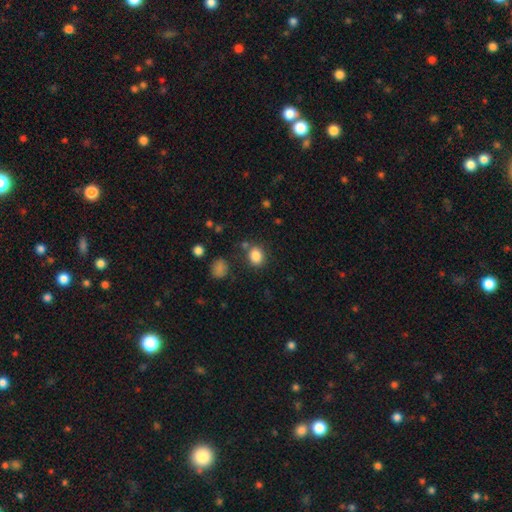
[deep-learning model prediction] Smooth or featured?
  - smooth: 84% *
  - star or artifact: 11%
  - featured or disk: 5%
How rounded?
  - round: 52% *
  - in between: 47%
  - cigar-shaped: 1%
Merging?
  - none: 77% *
  - minor disturbance: 12%
  - merger: 7%
  - major disturbance: 4%